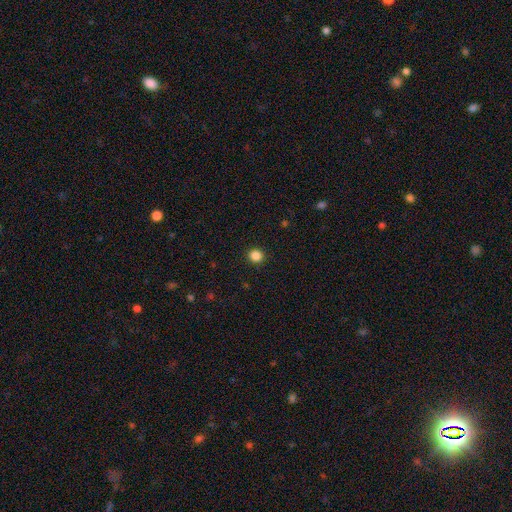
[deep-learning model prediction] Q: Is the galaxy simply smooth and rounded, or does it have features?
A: smooth — 86%.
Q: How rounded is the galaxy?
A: round — 91%.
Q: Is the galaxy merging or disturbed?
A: none — 93%.